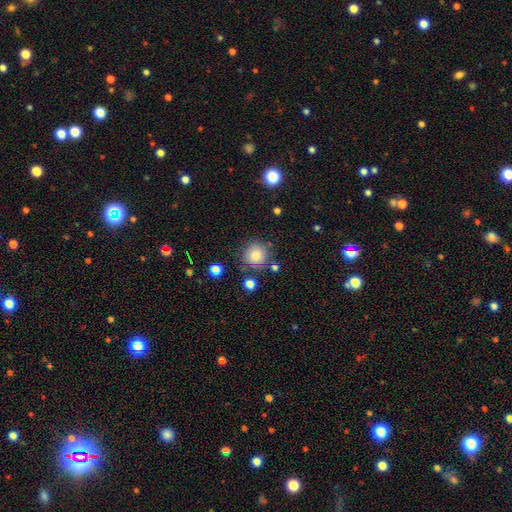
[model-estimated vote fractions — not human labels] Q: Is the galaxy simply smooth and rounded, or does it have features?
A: smooth — 79%.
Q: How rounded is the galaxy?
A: round — 92%.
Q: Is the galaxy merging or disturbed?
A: none — 78%.